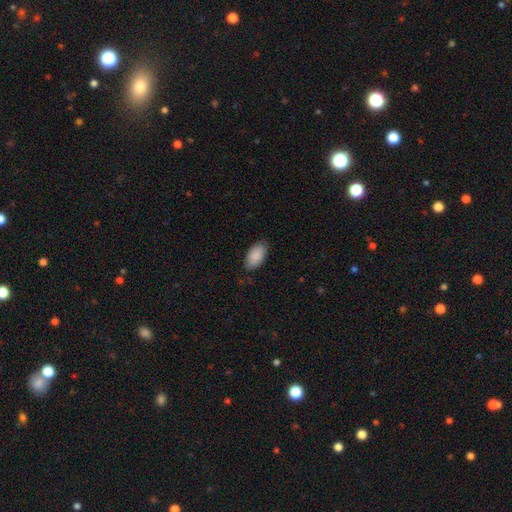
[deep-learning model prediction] The model was most divided on "merging": none: 84%, minor disturbance: 13%, major disturbance: 3%, merger: 1%. More confident: how rounded — in between (95%); smooth or featured — smooth (89%).